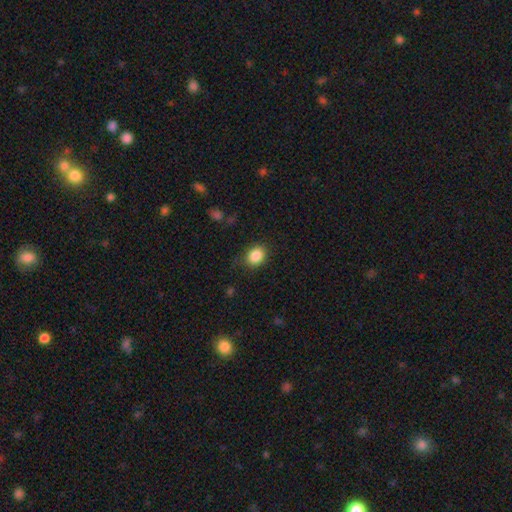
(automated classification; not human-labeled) The model was most divided on "how rounded": round: 53%, in between: 46%, cigar-shaped: 1%. More confident: smooth or featured — smooth (86%); merging — none (82%).